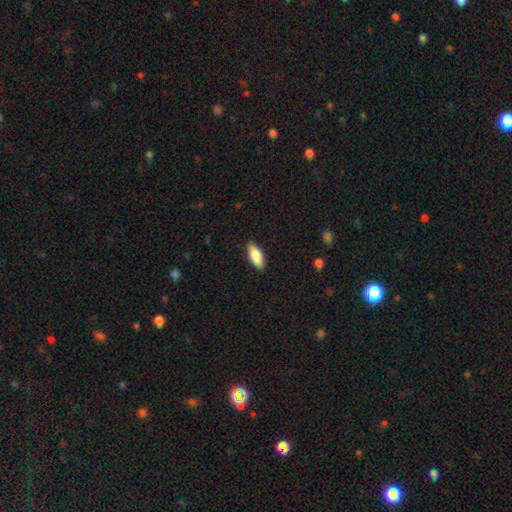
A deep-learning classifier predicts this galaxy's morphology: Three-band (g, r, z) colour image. It shows a smooth galaxy with no disk features (78%) that is in between round and cigar-shaped (77%). Merging: none (88%).